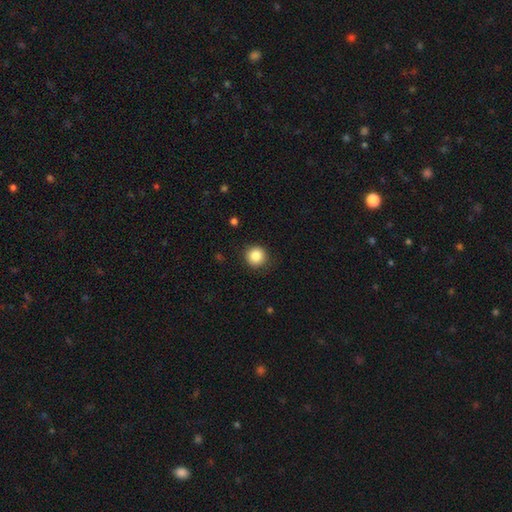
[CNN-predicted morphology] Smooth or featured? Predicted: smooth (p=0.86). How rounded? Predicted: round (p=0.93). Merging? Predicted: none (p=0.88).